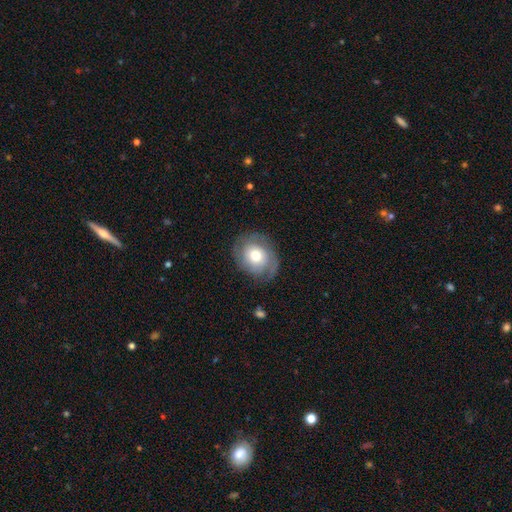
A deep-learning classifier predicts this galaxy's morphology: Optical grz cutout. It shows a featured or disk galaxy (50%). Merging: none (72%).